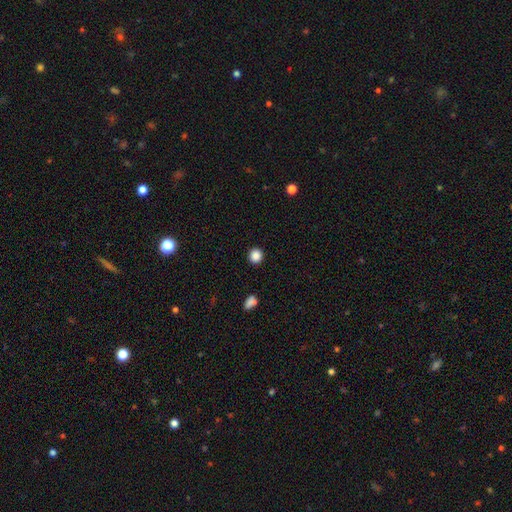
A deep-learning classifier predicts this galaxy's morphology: smooth_or_featured: smooth (p=0.87) [alt: star or artifact p=0.11]
how_rounded: round (p=0.92) [alt: in between p=0.07]
merging: none (p=0.92) [alt: minor disturbance p=0.05]